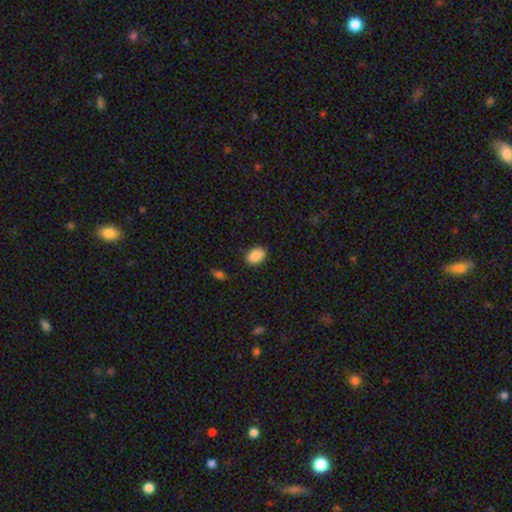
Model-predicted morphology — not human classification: type=smooth (90%); roundness=in between (86%); merging=none (87%).